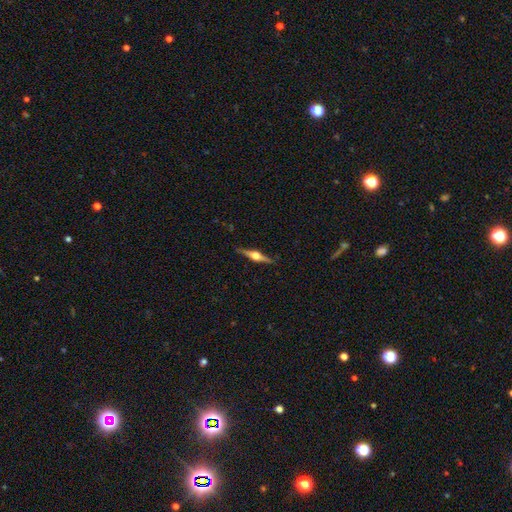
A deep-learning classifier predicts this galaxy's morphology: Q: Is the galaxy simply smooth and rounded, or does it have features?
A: featured or disk — 79%.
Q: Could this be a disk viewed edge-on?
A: yes — 98%.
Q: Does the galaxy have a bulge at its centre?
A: rounded — 95%.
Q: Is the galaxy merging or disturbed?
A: none — 89%.